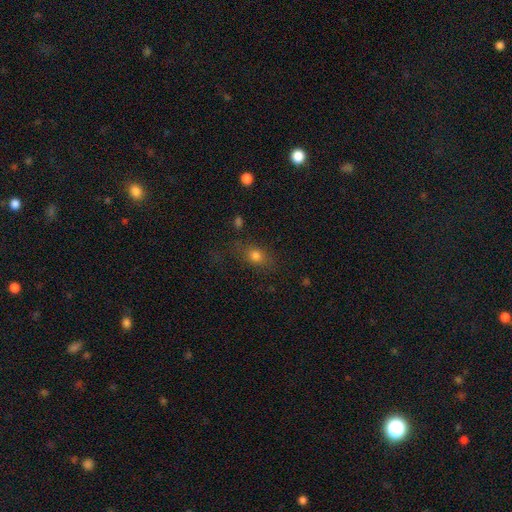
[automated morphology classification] smooth 75%, star or artifact 13%, featured or disk 11%. Down the decision tree: how rounded — in between (60%); merging — none (66%).